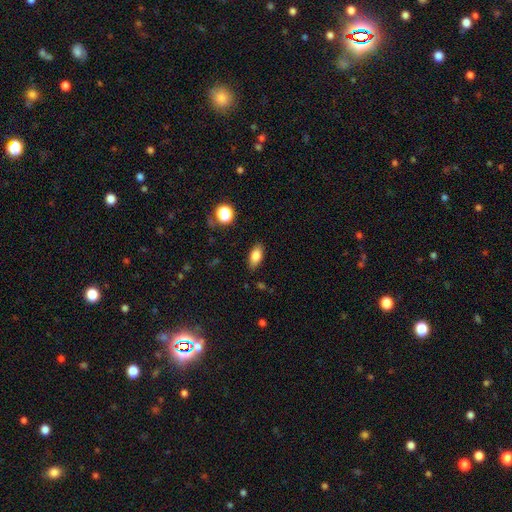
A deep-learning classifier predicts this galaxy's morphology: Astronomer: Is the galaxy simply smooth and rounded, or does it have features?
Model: smooth — 82%.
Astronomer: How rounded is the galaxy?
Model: in between — 86%.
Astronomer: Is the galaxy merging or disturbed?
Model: none — 84%.